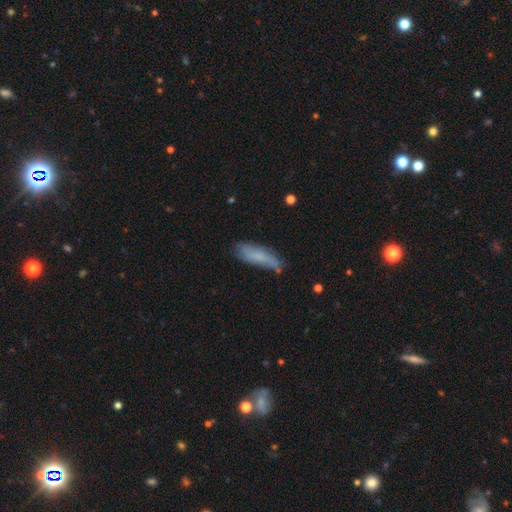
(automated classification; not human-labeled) This is likely a smooth galaxy (64%). How rounded: possibly cigar-shaped (56%). Merging: possibly none (60%).